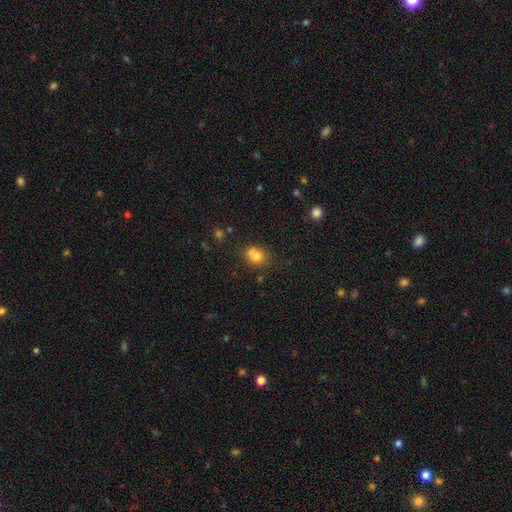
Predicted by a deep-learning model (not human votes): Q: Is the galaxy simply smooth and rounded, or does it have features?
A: smooth — 76%.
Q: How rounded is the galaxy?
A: round — 64%.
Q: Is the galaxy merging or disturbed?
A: none — 54%.